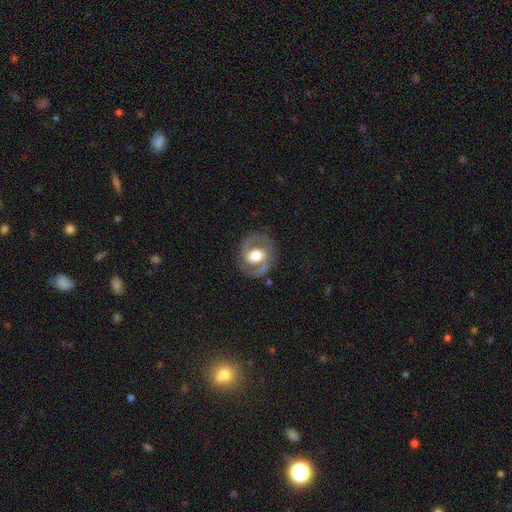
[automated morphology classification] This appears to be a featured or disk galaxy (78%) with no bar (41%), 2 (90%) medium (55%) spiral arms (85%) and a moderate central bulge (52%). Merging: none (81%).